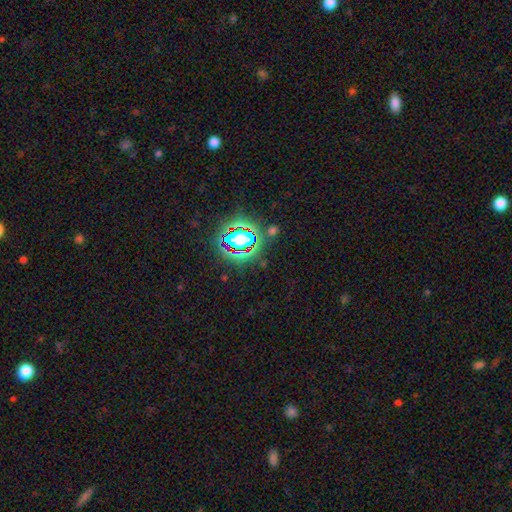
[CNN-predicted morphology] Overall: star or artifact (81%).